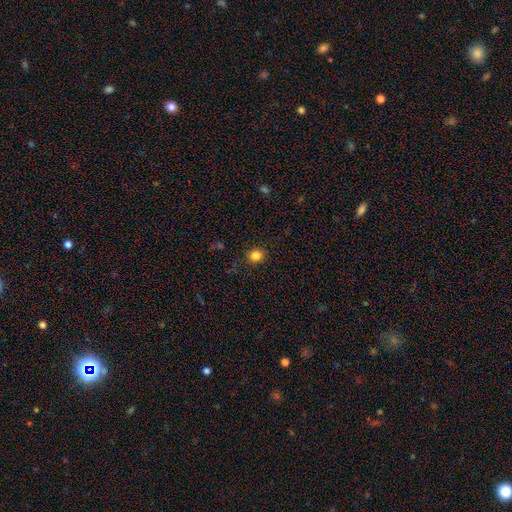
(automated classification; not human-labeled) Smooth or featured?
  - smooth: 84% *
  - star or artifact: 12%
  - featured or disk: 4%
How rounded?
  - round: 86% *
  - in between: 13%
  - cigar-shaped: 1%
Merging?
  - none: 90% *
  - minor disturbance: 7%
  - major disturbance: 2%
  - merger: 1%